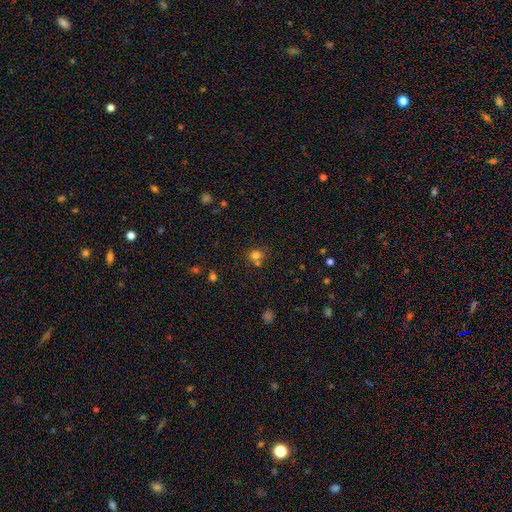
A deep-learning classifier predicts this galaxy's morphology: A smooth galaxy with no disk features (74%) that is round (80%).

Vote fractions:
- Smooth or featured? smooth: 74% / star or artifact: 18% / featured or disk: 9%
- How rounded? round: 80% / in between: 19% / cigar-shaped: 1%
- Merging? none: 58% / merger: 28% / minor disturbance: 11% / major disturbance: 4%